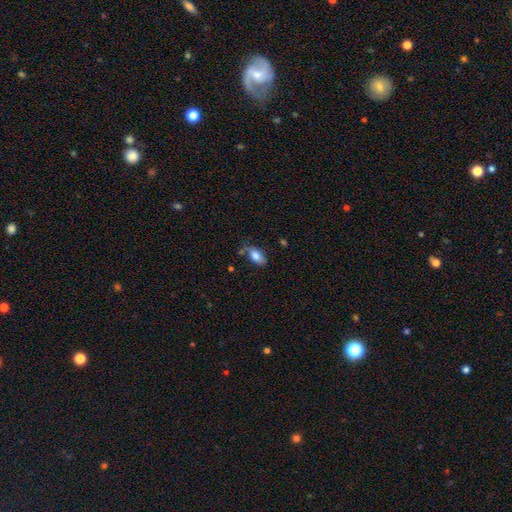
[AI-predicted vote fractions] smooth_or_featured: smooth (p=0.82) [alt: featured or disk p=0.11]
how_rounded: in between (p=0.91) [alt: cigar-shaped p=0.05]
merging: none (p=0.65) [alt: minor disturbance p=0.23]